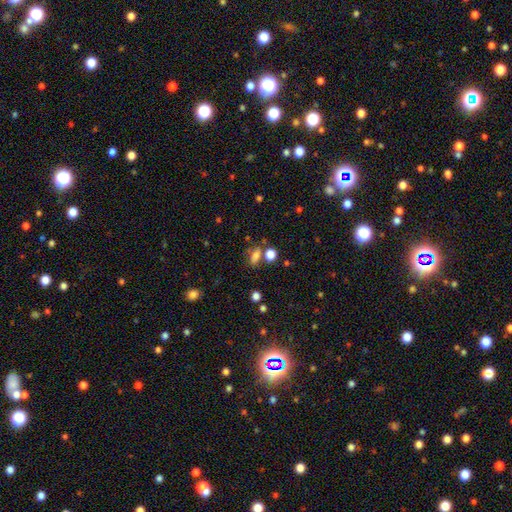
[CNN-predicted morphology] smooth 71%, star or artifact 17%, featured or disk 12%. Down the decision tree: how rounded — in between (72%); merging — none (56%).